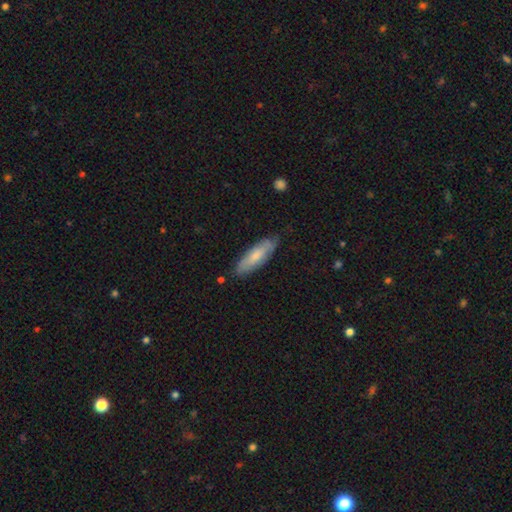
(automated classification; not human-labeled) Smooth or featured?
  - smooth: 68% *
  - featured or disk: 27%
  - star or artifact: 5%
How rounded?
  - cigar-shaped: 51% *
  - in between: 47%
  - round: 2%
Merging?
  - none: 78% *
  - minor disturbance: 17%
  - major disturbance: 3%
  - merger: 2%